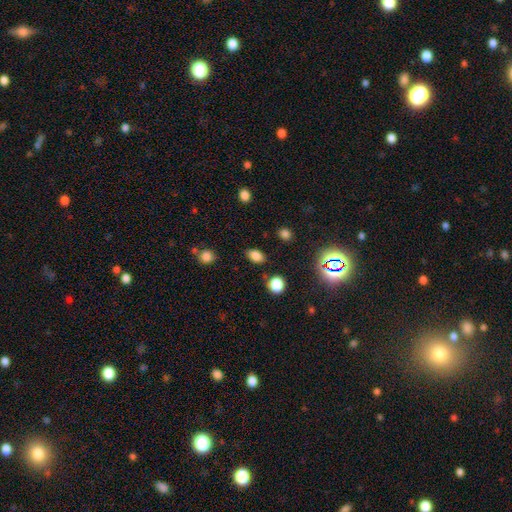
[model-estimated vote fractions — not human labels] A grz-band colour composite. It shows a smooth galaxy with no disk features (81%) that is in between round and cigar-shaped (84%). Merging: none (83%).